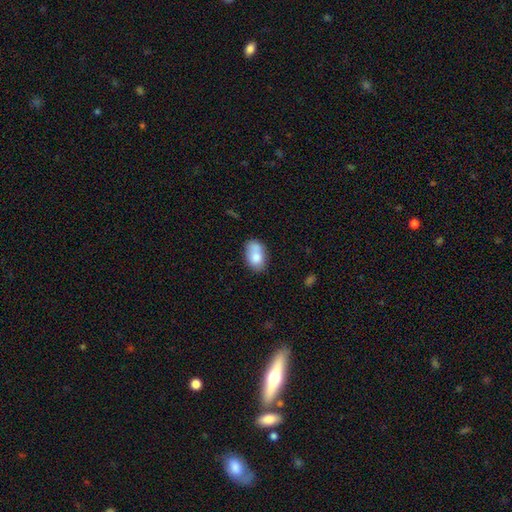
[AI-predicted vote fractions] Morphology: type=smooth (78%); roundness=in between (86%); merging=none (51%).